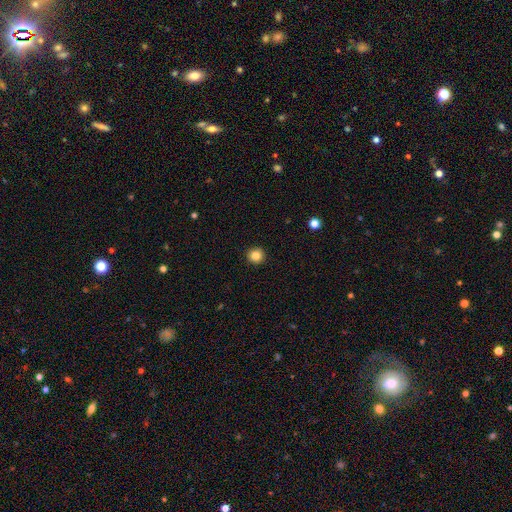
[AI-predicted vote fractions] smooth-or-featured: smooth: 84% | star or artifact: 11% | featured or disk: 5%
  how-rounded: round: 94% | in between: 5% | cigar-shaped: 1%
  merging: none: 93% | minor disturbance: 5% | major disturbance: 2% | merger: 1%